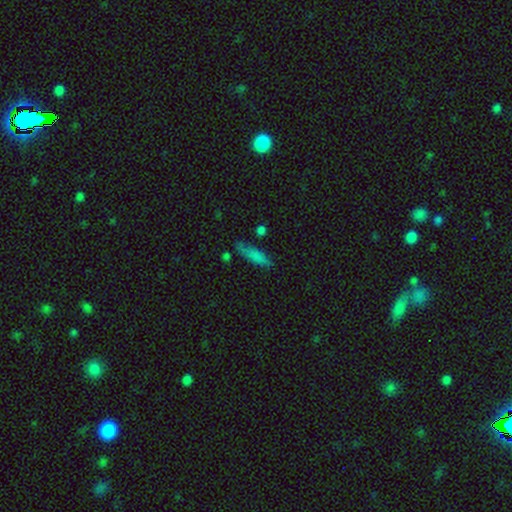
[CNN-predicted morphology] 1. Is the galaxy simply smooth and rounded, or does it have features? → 78% smooth, 12% featured or disk, 10% star or artifact.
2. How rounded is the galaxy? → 63% cigar-shaped, 34% in between, 3% round.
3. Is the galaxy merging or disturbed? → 71% none, 19% minor disturbance, 5% major disturbance, 5% merger.